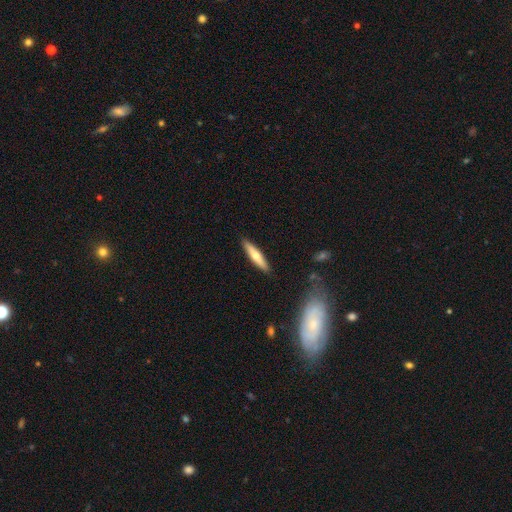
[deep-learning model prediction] A smooth galaxy with no disk features (54%) that is cigar-shaped (85%).

Vote fractions:
- Smooth or featured? smooth: 54% / featured or disk: 40% / star or artifact: 6%
- How rounded? cigar-shaped: 85% / in between: 13% / round: 2%
- Merging? none: 90% / minor disturbance: 7% / major disturbance: 2% / merger: 1%